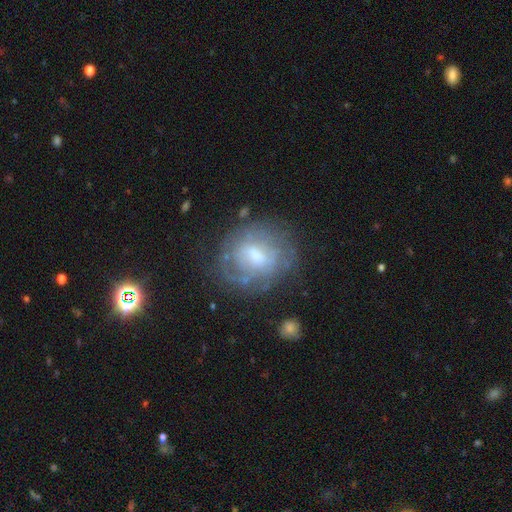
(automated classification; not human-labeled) featured or disk 62%, smooth 30%, star or artifact 8%. Down the decision tree: edge-on disk — no (96%); bar — weak (52%); spiral arms — yes (63%); bulge size — moderate (53%); merging — none (63%).